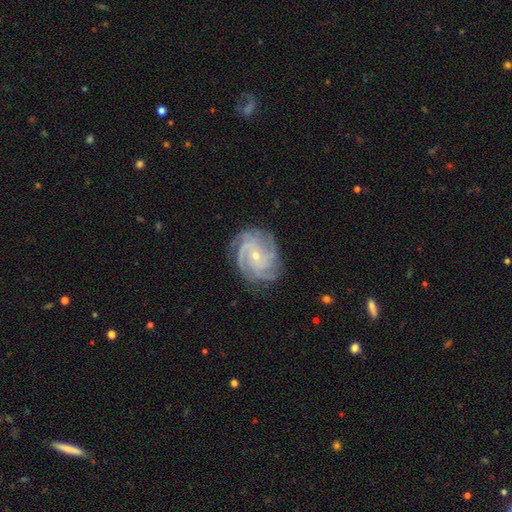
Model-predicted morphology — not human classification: Smooth or featured: featured or disk — 89% (star or artifact — 6%)
Edge-on disk: no — 97% (yes — 3%)
Bar: no — 71% (weak — 23%)
Spiral arms: yes — 98% (no — 2%)
Spiral winding: tight — 65% (medium — 30%)
Spiral arm count: 4 — 36% (3 — 30%)
Bulge size: small — 72% (moderate — 25%)
Merging: none — 79% (minor disturbance — 15%)